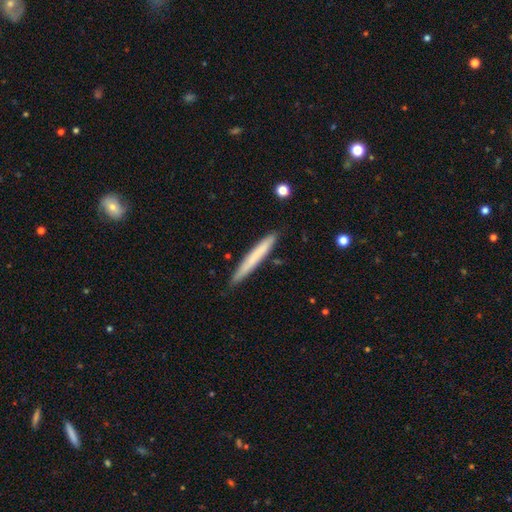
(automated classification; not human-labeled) Q: Smooth or featured?
A: smooth (66%); runner-up: featured or disk (28%)
Q: How rounded?
A: cigar-shaped (97%); runner-up: in between (2%)
Q: Merging?
A: none (87%); runner-up: minor disturbance (9%)